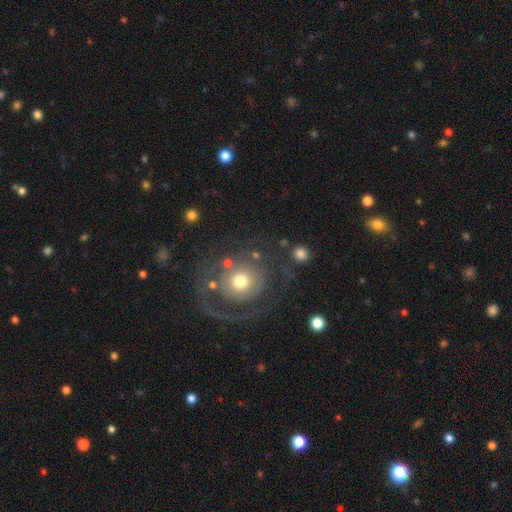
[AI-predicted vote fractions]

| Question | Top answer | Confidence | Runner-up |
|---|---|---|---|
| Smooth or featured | featured or disk | 60% | smooth (31%) |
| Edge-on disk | no | 97% | yes (3%) |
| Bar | no | 88% | weak (9%) |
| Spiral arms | yes | 58% | no (42%) |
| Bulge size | moderate | 64% | small (18%) |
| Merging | none | 62% | major disturbance (20%) |